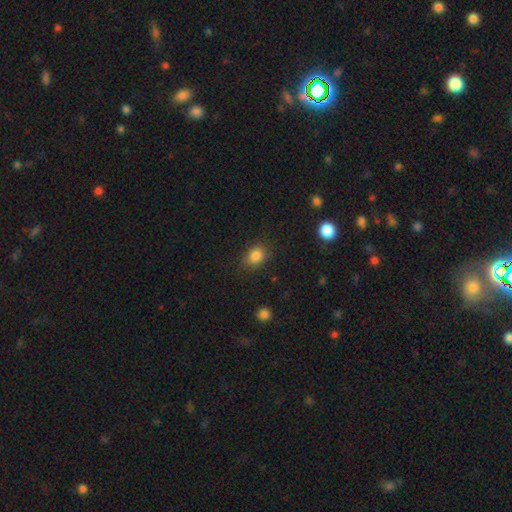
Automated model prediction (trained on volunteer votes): Q: Smooth or featured?
A: smooth (84%); runner-up: star or artifact (11%)
Q: How rounded?
A: in between (52%); runner-up: round (47%)
Q: Merging?
A: none (76%); runner-up: minor disturbance (17%)